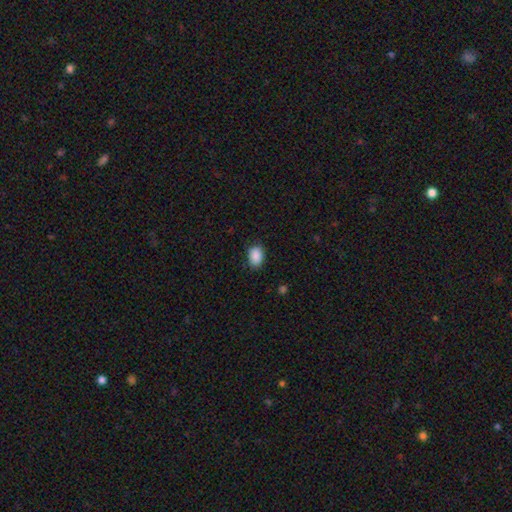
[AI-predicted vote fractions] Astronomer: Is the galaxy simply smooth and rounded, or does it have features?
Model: smooth — 89%.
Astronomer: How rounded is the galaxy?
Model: in between — 83%.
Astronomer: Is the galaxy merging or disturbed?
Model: none — 82%.